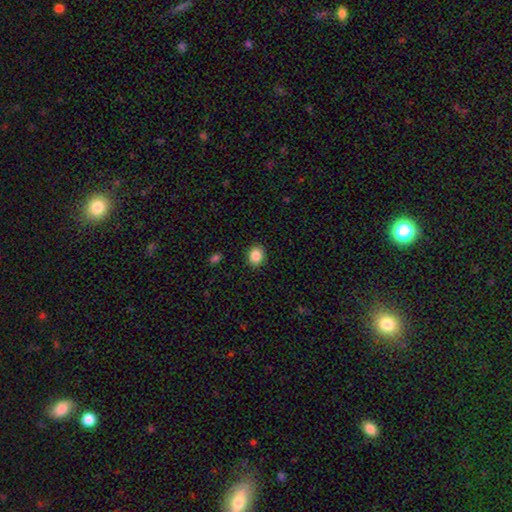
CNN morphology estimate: Smooth or featured?
  - smooth: 87% *
  - star or artifact: 9%
  - featured or disk: 4%
How rounded?
  - round: 65% *
  - in between: 34%
  - cigar-shaped: 1%
Merging?
  - none: 90% *
  - minor disturbance: 6%
  - major disturbance: 2%
  - merger: 1%